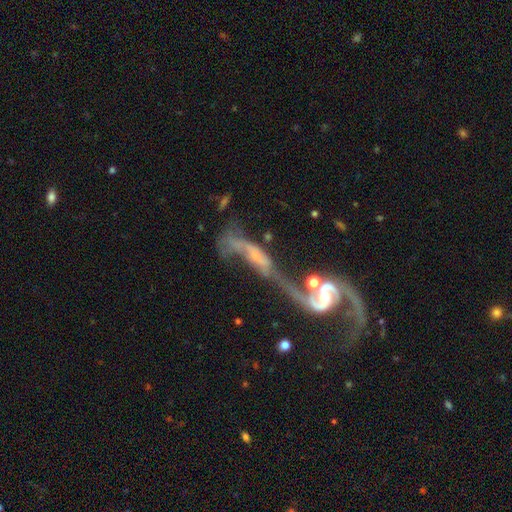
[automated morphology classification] smooth_or_featured: featured or disk (p=0.75) [alt: smooth p=0.15]
disk_edge_on: no (p=0.86) [alt: yes p=0.14]
bar: no (p=0.46) [alt: weak p=0.33]
has_spiral_arms: yes (p=0.78) [alt: no p=0.22]
spiral_winding: loose (p=0.73) [alt: medium p=0.19]
spiral_arm_count: 2 (p=0.76) [alt: 1 p=0.10]
bulge_size: small (p=0.49) [alt: moderate p=0.25]
merging: merger (p=0.62) [alt: major disturbance p=0.19]